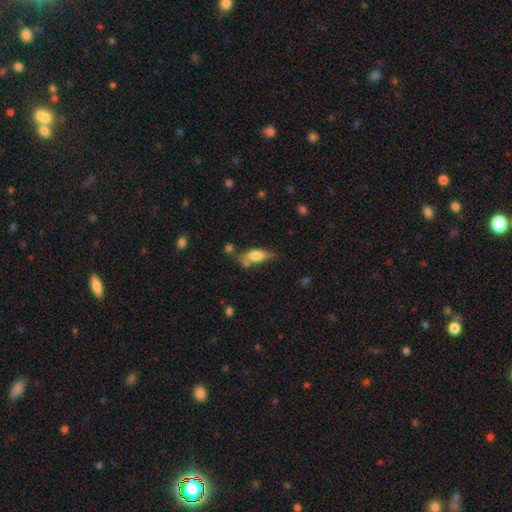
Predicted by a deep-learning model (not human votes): Smooth or featured? smooth (65%)
How rounded? in between (65%)
Merging? none (52%)